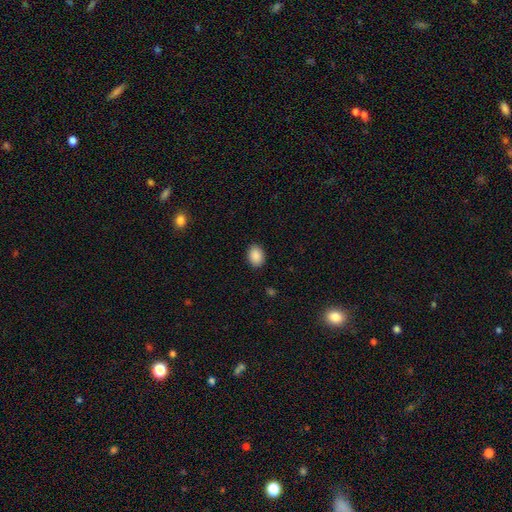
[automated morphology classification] This appears to be a smooth galaxy with no disk features (90%) that is in between round and cigar-shaped (70%). Merging: none (89%).